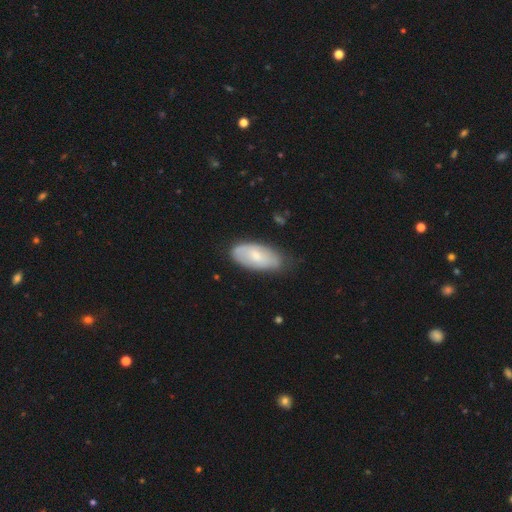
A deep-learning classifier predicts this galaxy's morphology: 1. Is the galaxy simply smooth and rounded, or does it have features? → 62% smooth, 32% featured or disk, 6% star or artifact.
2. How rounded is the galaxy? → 92% in between, 6% cigar-shaped, 3% round.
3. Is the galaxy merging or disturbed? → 67% none, 26% minor disturbance, 5% major disturbance, 2% merger.